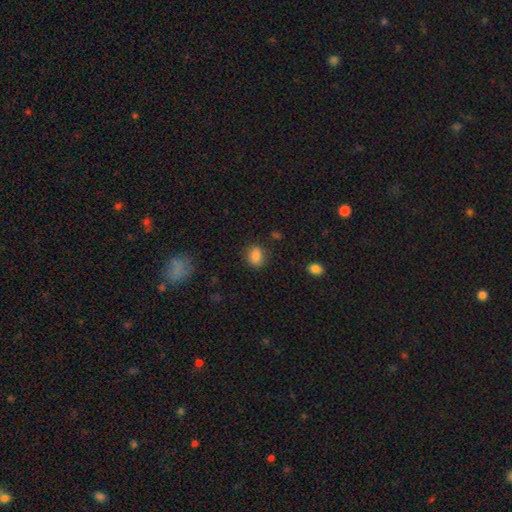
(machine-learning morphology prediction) Overall: smooth (84%). How rounded: in between (53%; round 46%). Merging: none (80%).